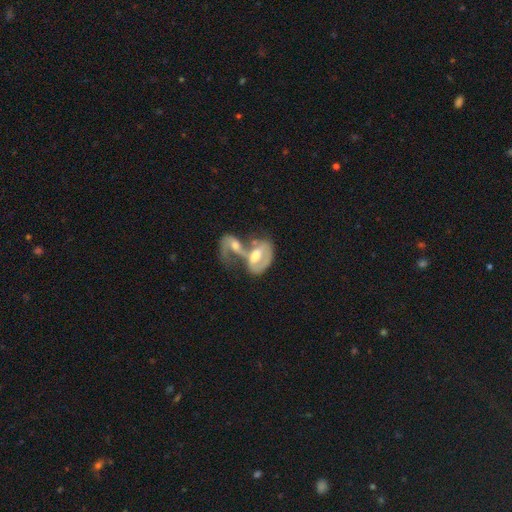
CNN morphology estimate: A featured or disk galaxy (69%) with a weak bar (40%), spiral arms (68%) and a moderate central bulge (64%).

Vote fractions:
- Smooth or featured? featured or disk: 69% / smooth: 23% / star or artifact: 7%
- Edge-on disk? no: 94% / yes: 6%
- Bar? weak: 40% / no: 38% / strong: 22%
- Spiral arms? yes: 68% / no: 32%
- Bulge size? moderate: 64% / small: 17% / large: 13% / none: 4% / dominant: 2%
- Merging? merger: 77% / none: 9% / major disturbance: 8% / minor disturbance: 5%